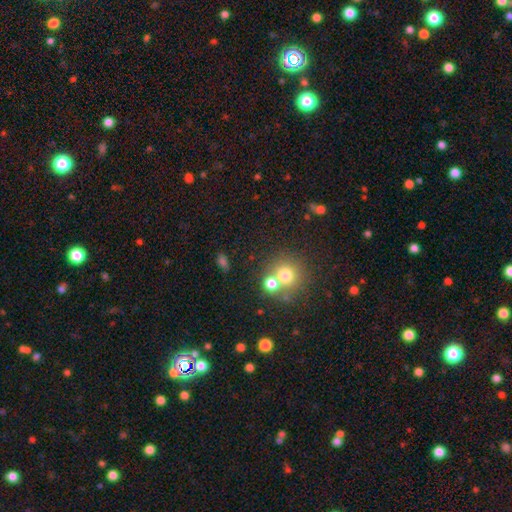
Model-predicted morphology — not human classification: This is possibly a star or artifact rather than a galaxy (50%).